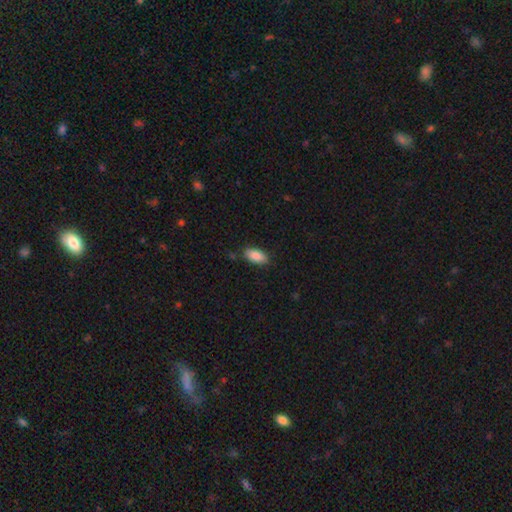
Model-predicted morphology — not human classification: smooth_or_featured: smooth (p=0.87) [alt: star or artifact p=0.07]
how_rounded: in between (p=0.91) [alt: cigar-shaped p=0.07]
merging: none (p=0.83) [alt: minor disturbance p=0.12]